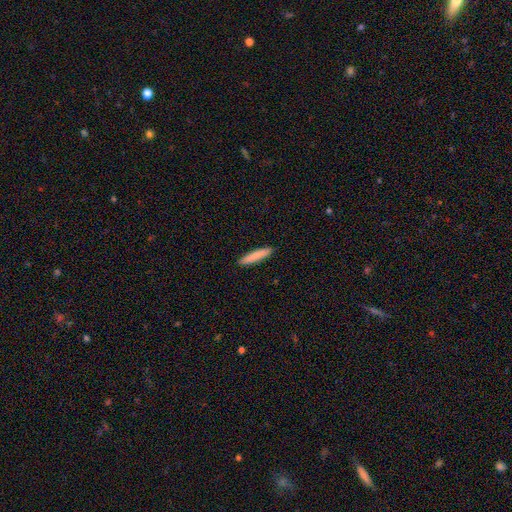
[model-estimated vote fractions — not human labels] A smooth galaxy with no disk features (84%) that is cigar-shaped (91%).

Vote fractions:
- Smooth or featured? smooth: 84% / featured or disk: 10% / star or artifact: 5%
- How rounded? cigar-shaped: 91% / in between: 8% / round: 1%
- Merging? none: 92% / minor disturbance: 6% / major disturbance: 1% / merger: 1%